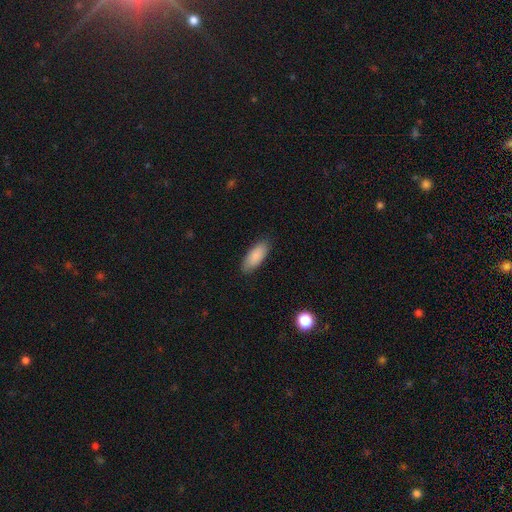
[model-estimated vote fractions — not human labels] smooth 87%, featured or disk 7%, star or artifact 6%. Down the decision tree: how rounded — in between (82%); merging — none (87%).